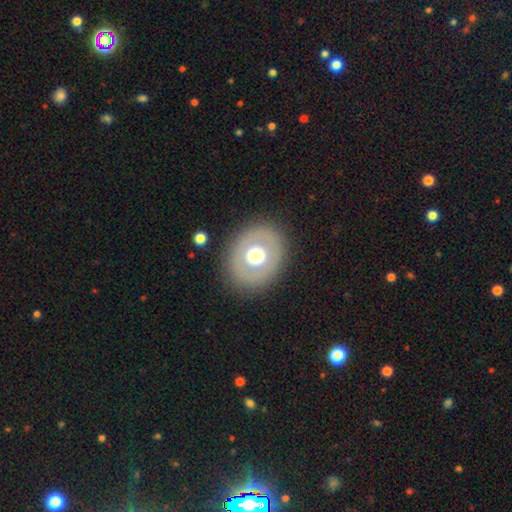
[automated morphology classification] smooth 48%, featured or disk 44%, star or artifact 8%. Down the decision tree: merging — none (87%).